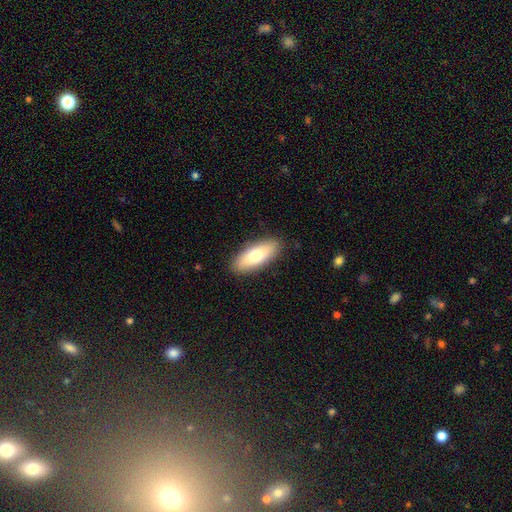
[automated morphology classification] smooth_or_featured: smooth (p=0.73) [alt: featured or disk p=0.21]
how_rounded: in between (p=0.75) [alt: cigar-shaped p=0.22]
merging: none (p=0.88) [alt: minor disturbance p=0.09]